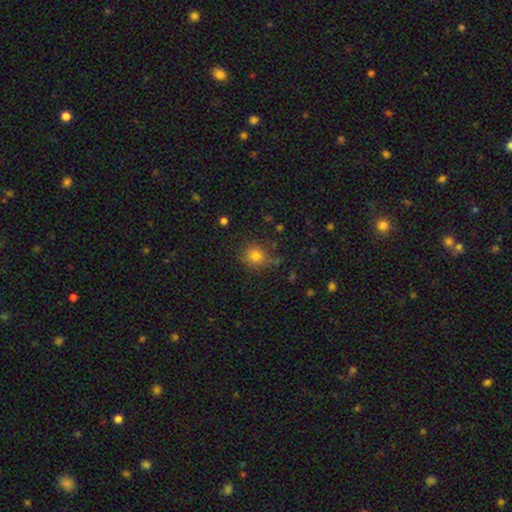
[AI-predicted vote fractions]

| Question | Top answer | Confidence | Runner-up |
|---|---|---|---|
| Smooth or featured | smooth | 79% | star or artifact (14%) |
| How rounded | round | 85% | in between (14%) |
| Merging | none | 74% | minor disturbance (17%) |